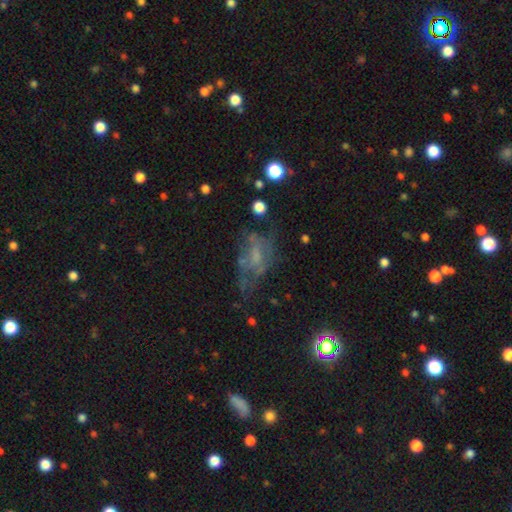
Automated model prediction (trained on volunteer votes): Smooth or featured? Predicted: featured or disk (p=0.53). Edge-on disk? Predicted: no (p=0.94). Bar? Predicted: no (p=0.69). Spiral arms? Predicted: no (p=0.65). Bulge size? Predicted: none (p=0.36). Merging? Predicted: none (p=0.39).